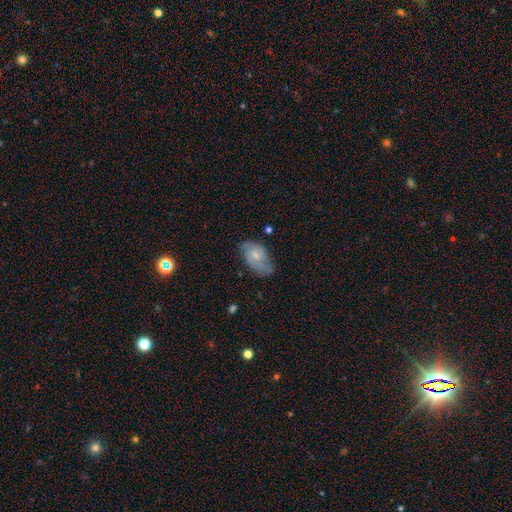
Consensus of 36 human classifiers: Smooth or featured: featured or disk — 58% (smooth — 42%)
Edge-on disk: no — 100%
Bar: no — 71% (weak — 24%)
Spiral arms: yes — 76% (no — 24%)
Spiral winding: medium — 50% (tight — 38%)
Spiral arm count: 2 — 69% (can't tell — 25%)
Bulge size: small — 71% (moderate — 29%)
Merging: none — 69% (minor disturbance — 22%)